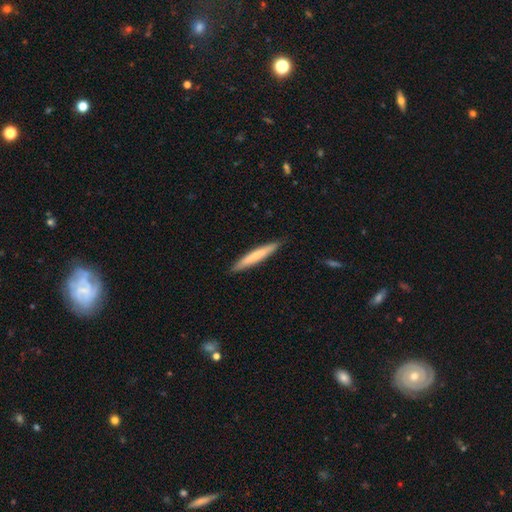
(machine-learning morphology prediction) smooth_or_featured: smooth (p=0.65) [alt: featured or disk p=0.30]
how_rounded: cigar-shaped (p=0.95) [alt: in between p=0.04]
merging: none (p=0.90) [alt: minor disturbance p=0.07]